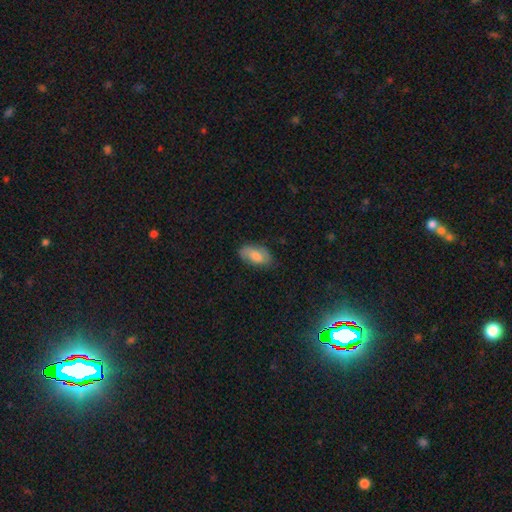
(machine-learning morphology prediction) This appears to be a smooth galaxy with no disk features (74%) that is in between round and cigar-shaped (93%). Merging: none (72%).